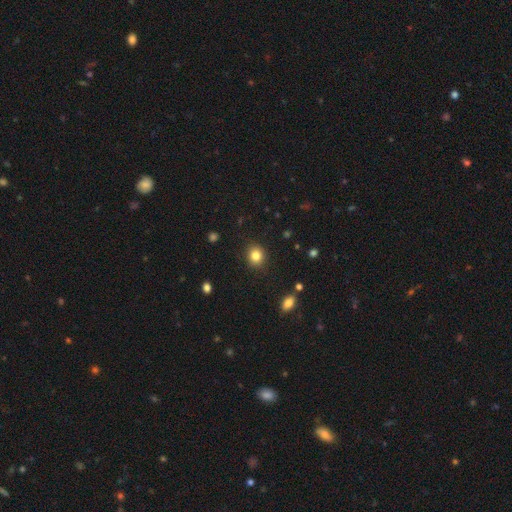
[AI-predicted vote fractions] The model was most divided on "how rounded": round: 80%, in between: 19%, cigar-shaped: 1%. More confident: merging — none (90%); smooth or featured — smooth (83%).